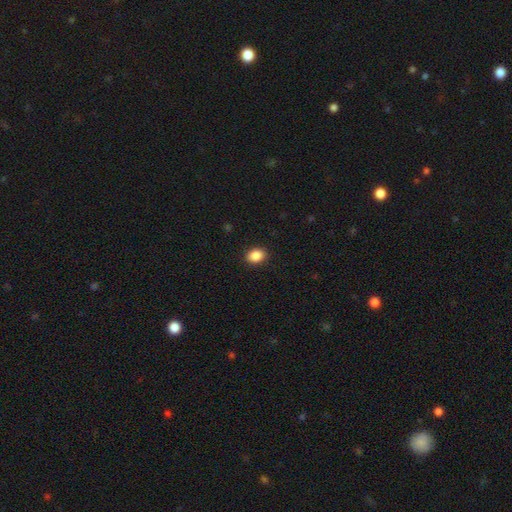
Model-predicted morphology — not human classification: This is clearly a smooth galaxy (88%). How rounded: likely in between (62%). Merging: clearly none (90%).